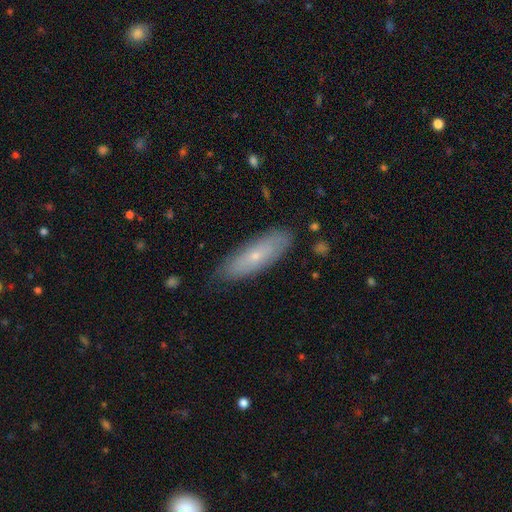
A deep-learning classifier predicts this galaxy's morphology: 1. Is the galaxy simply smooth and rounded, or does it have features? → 57% smooth, 37% featured or disk, 7% star or artifact.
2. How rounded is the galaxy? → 49% in between, 48% cigar-shaped, 2% round.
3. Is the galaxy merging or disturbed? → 81% none, 15% minor disturbance, 3% major disturbance, 1% merger.